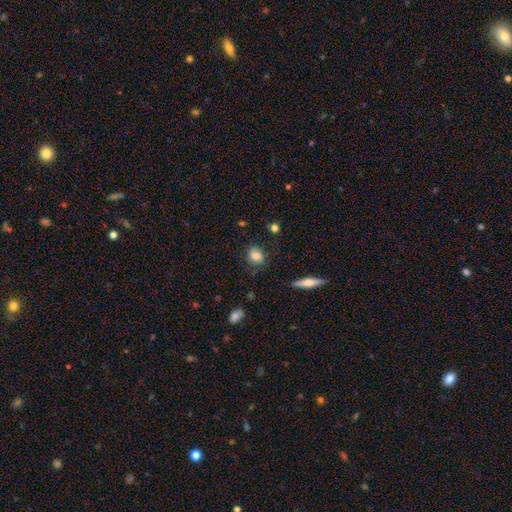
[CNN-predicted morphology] A smooth galaxy with no disk features (83%) that is in between round and cigar-shaped (53%). Merging: none (77%).